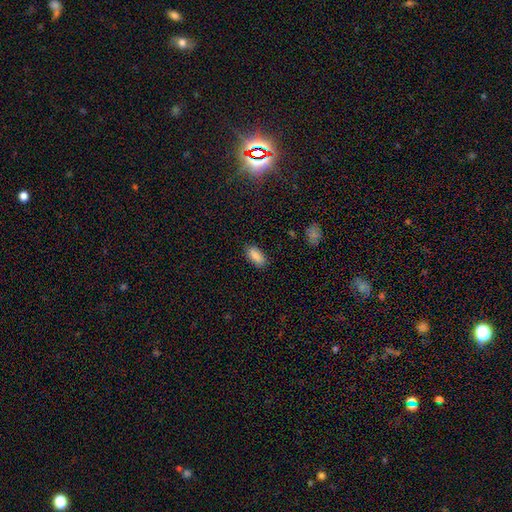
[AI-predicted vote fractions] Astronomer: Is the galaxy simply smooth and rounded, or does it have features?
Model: smooth — 87%.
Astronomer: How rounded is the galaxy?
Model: in between — 88%.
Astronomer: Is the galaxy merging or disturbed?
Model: none — 85%.